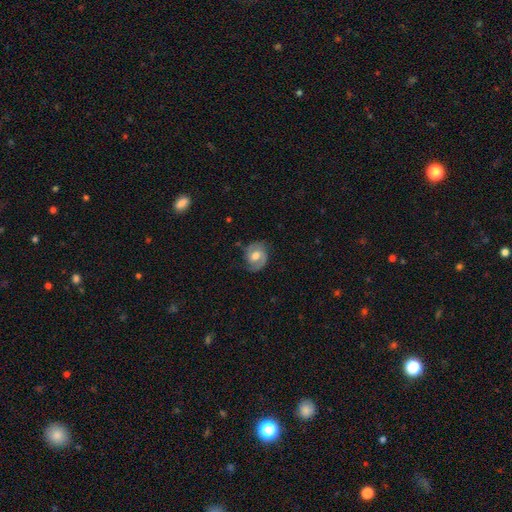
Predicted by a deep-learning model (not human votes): smooth_or_featured: featured or disk (p=0.78) [alt: smooth p=0.16]
disk_edge_on: no (p=0.98) [alt: yes p=0.02]
bar: weak (p=0.47) [alt: no p=0.41]
has_spiral_arms: yes (p=0.93) [alt: no p=0.07]
spiral_winding: medium (p=0.47) [alt: tight p=0.38]
spiral_arm_count: 2 (p=0.85) [alt: 1 p=0.06]
bulge_size: moderate (p=0.69) [alt: small p=0.14]
merging: none (p=0.76) [alt: minor disturbance p=0.17]